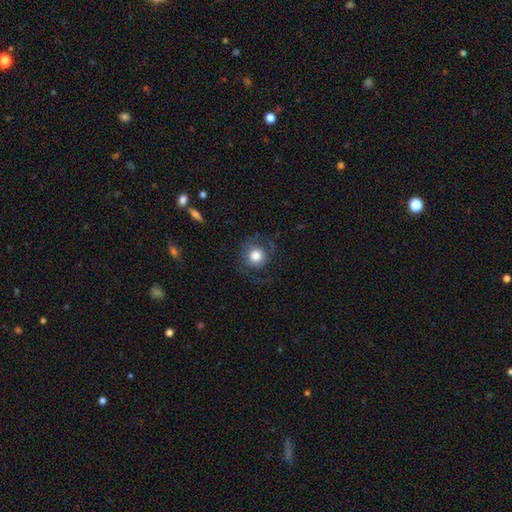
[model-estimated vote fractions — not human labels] Overall: smooth (72%). How rounded: round (90%). Merging: none (68%).